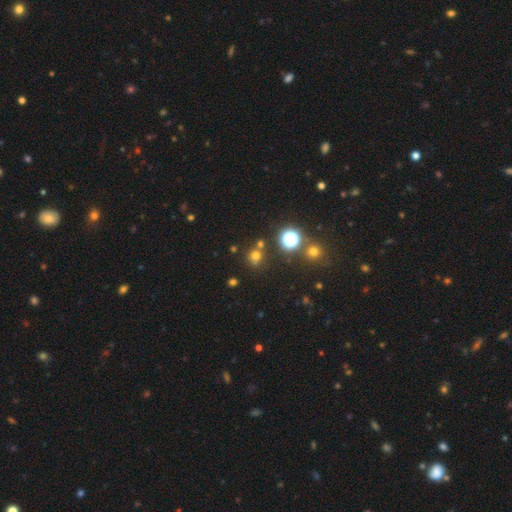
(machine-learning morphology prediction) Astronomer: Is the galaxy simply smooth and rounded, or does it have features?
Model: smooth — 62%.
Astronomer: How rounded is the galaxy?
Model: round — 80%.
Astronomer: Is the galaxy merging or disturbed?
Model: none — 69%.